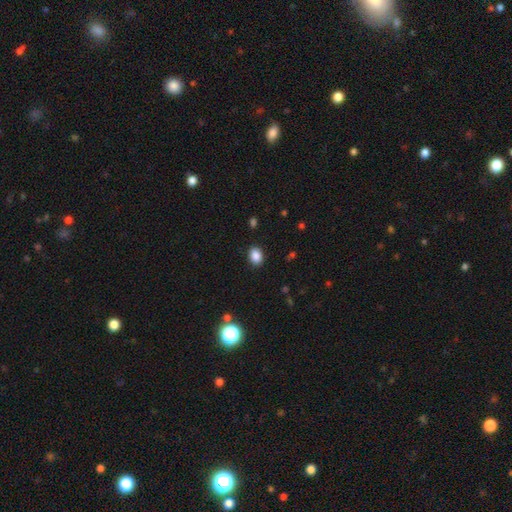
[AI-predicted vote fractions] Smooth or featured? smooth (87%)
How rounded? in between (68%)
Merging? none (89%)